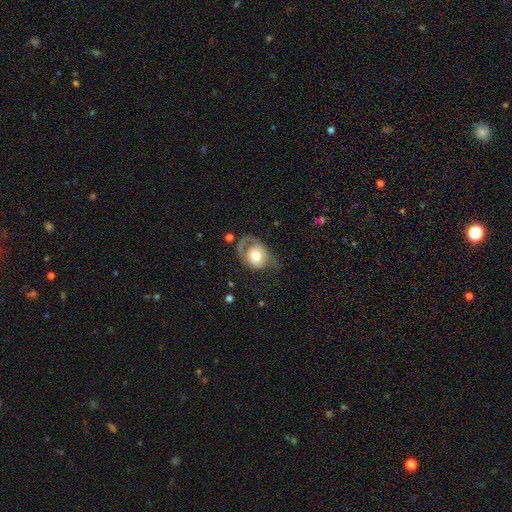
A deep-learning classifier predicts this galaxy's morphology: A smooth galaxy with no disk features (51%) that is round (50%).

Vote fractions:
- Smooth or featured? smooth: 51% / featured or disk: 42% / star or artifact: 7%
- How rounded? round: 50% / in between: 49% / cigar-shaped: 1%
- Merging? major disturbance: 41% / none: 29% / minor disturbance: 27% / merger: 3%